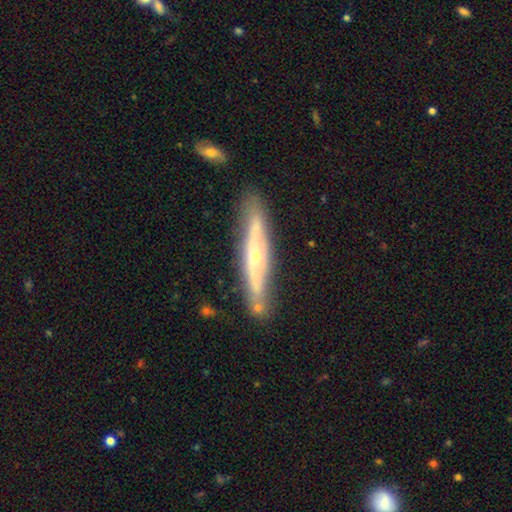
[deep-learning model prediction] smooth-or-featured: featured or disk: 68% | smooth: 25% | star or artifact: 6%
  disk-edge-on: yes: 76% | no: 24%
    edge-on-bulge: rounded: 80% | none: 17% | boxy: 3%
  merging: none: 75% | minor disturbance: 16% | merger: 6% | major disturbance: 3%